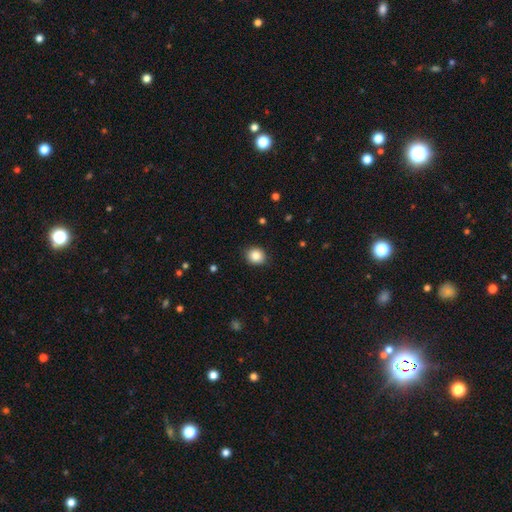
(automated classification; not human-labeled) The model was most divided on "how rounded": round: 76%, in between: 23%, cigar-shaped: 1%. More confident: merging — none (89%); smooth or featured — smooth (86%).